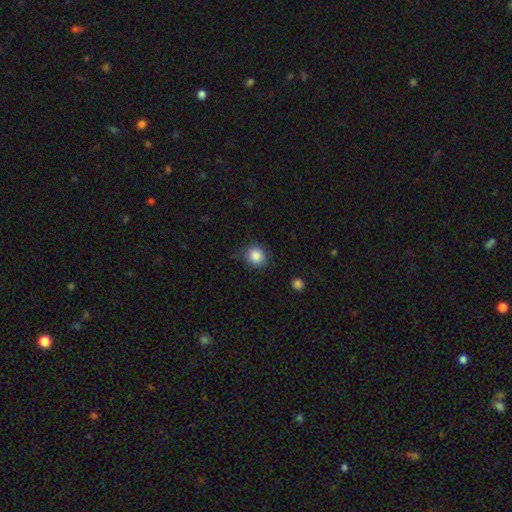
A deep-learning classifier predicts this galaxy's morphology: smooth-or-featured: smooth: 86% | star or artifact: 9% | featured or disk: 5%
  how-rounded: round: 85% | in between: 14% | cigar-shaped: 1%
  merging: none: 79% | minor disturbance: 15% | major disturbance: 4% | merger: 2%